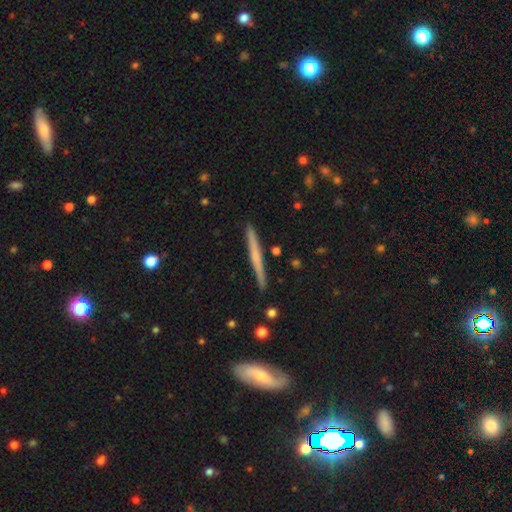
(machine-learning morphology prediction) A featured or disk galaxy (50%).

Vote fractions:
- Smooth or featured? featured or disk: 50% / smooth: 44% / star or artifact: 6%
- Merging? none: 91% / minor disturbance: 7% / merger: 1% / major disturbance: 1%